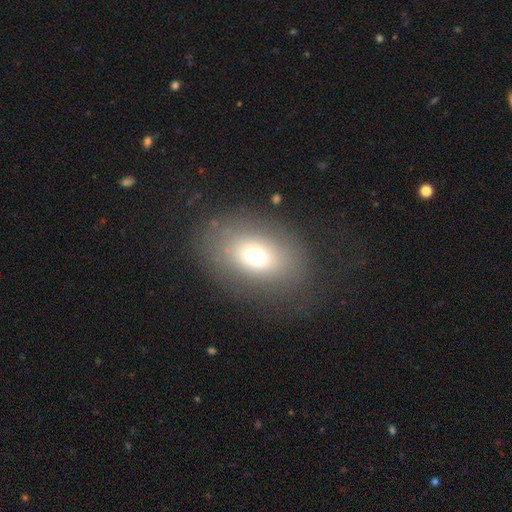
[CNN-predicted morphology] The model was most divided on "how rounded": in between: 74%, round: 25%, cigar-shaped: 1%. More confident: merging — none (76%); smooth or featured — smooth (68%).